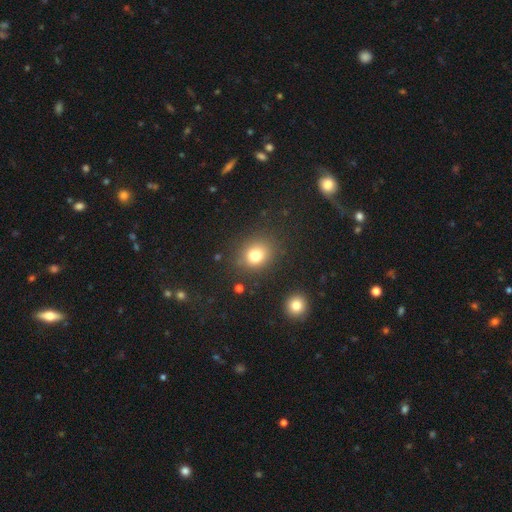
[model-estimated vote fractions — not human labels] A smooth galaxy with no disk features (78%) that is round (72%). Merging: none (83%).